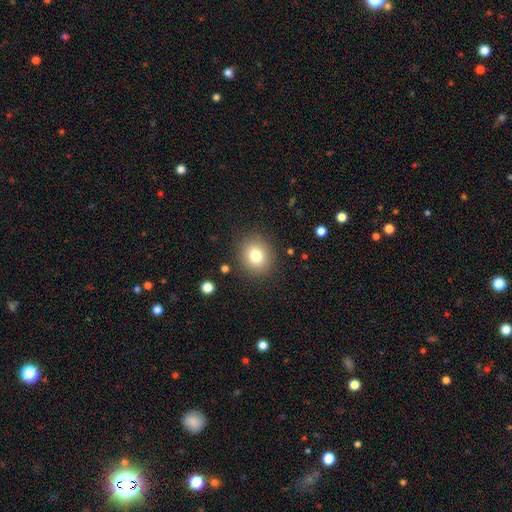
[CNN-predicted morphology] smooth-or-featured: smooth: 79% | star or artifact: 11% | featured or disk: 10%
  how-rounded: round: 77% | in between: 22% | cigar-shaped: 1%
  merging: none: 87% | minor disturbance: 8% | major disturbance: 3% | merger: 2%